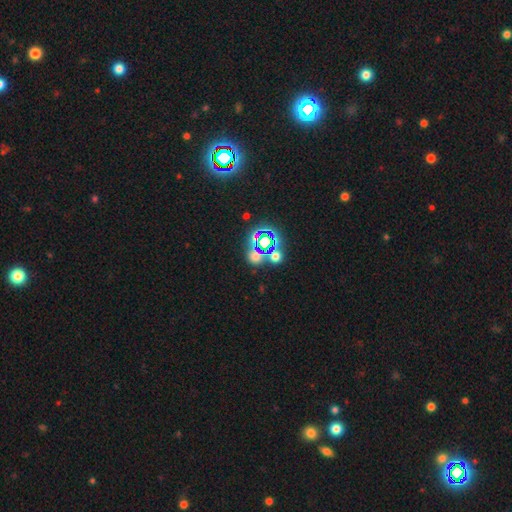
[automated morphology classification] Q: Smooth or featured?
A: smooth (47%); runner-up: star or artifact (45%)
Q: Merging?
A: none (66%); runner-up: merger (20%)